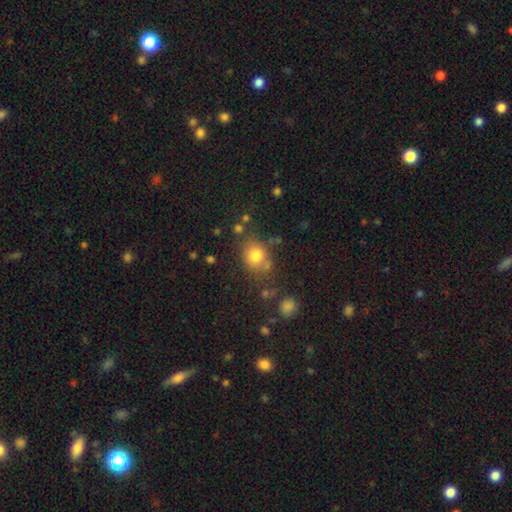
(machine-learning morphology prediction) Smooth or featured? smooth (79%)
How rounded? round (66%)
Merging? none (66%)